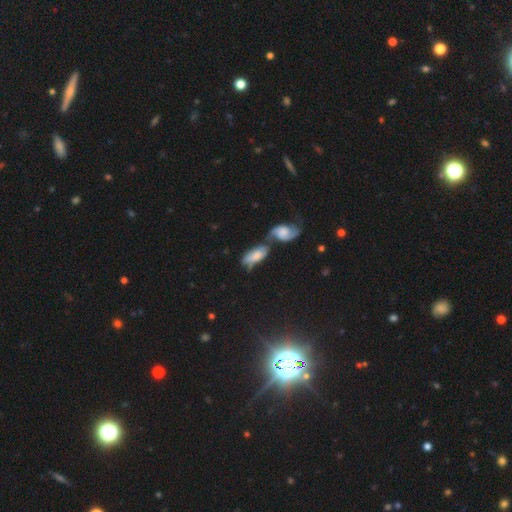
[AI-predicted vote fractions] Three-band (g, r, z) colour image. It shows a smooth galaxy with no disk features (52%) that is in between round and cigar-shaped (86%). Merging: merger (58%).